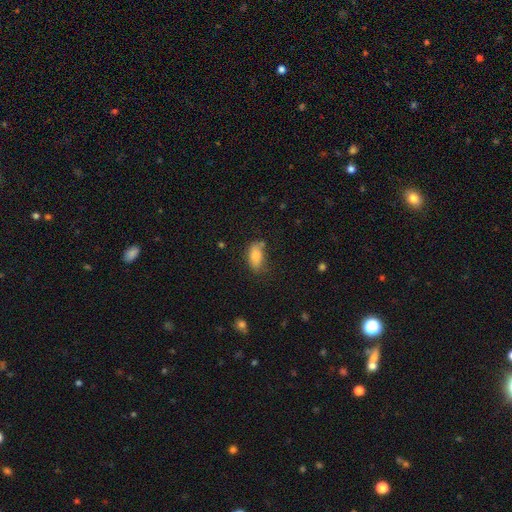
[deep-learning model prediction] This appears to be a smooth galaxy with no disk features (83%) that is in between round and cigar-shaped (89%). Merging: none (57%).